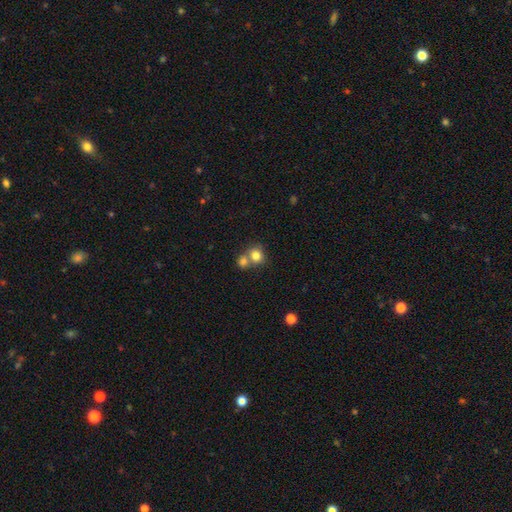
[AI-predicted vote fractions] Q: Smooth or featured?
A: smooth (80%); runner-up: star or artifact (10%)
Q: How rounded?
A: round (80%); runner-up: in between (19%)
Q: Merging?
A: merger (50%); runner-up: none (40%)